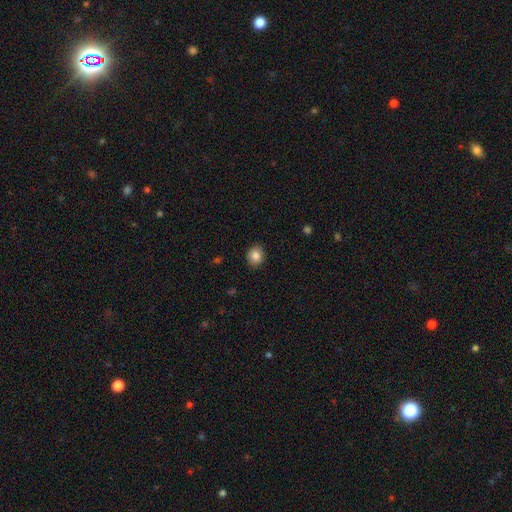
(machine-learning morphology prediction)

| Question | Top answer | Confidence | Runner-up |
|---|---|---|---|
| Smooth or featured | smooth | 84% | star or artifact (9%) |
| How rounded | round | 64% | in between (35%) |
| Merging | none | 89% | minor disturbance (8%) |